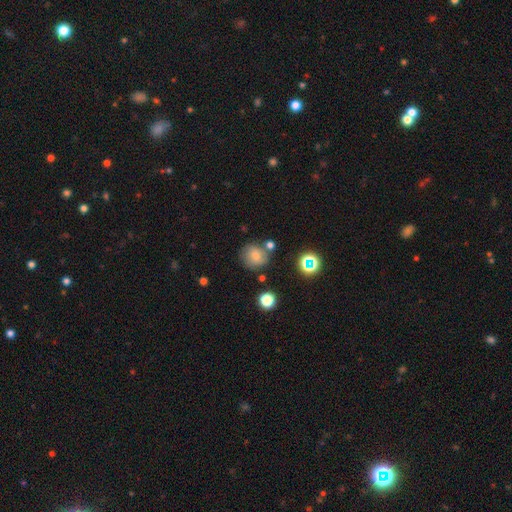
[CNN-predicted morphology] This appears to be a smooth galaxy with no disk features (71%) that is round (86%). Merging: none (69%).